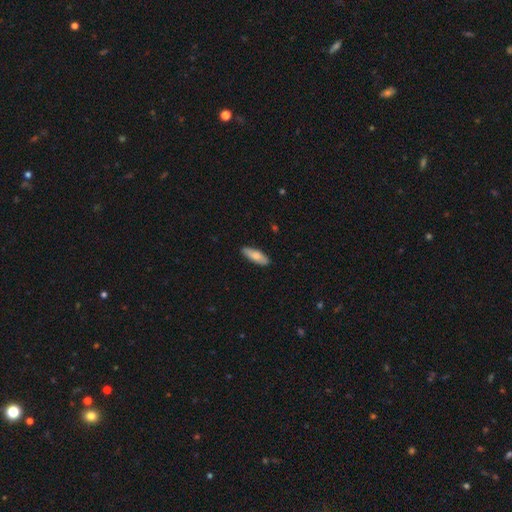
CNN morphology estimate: The model was most divided on "how rounded": in between: 59%, cigar-shaped: 39%, round: 2%. More confident: merging — none (87%); smooth or featured — smooth (79%).